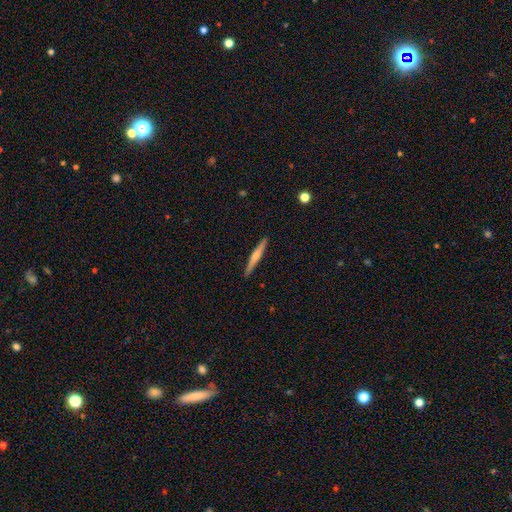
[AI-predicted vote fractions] Smooth or featured: featured or disk — 59% (smooth — 35%)
Edge-on disk: yes — 97% (no — 3%)
Edge-on bulge: rounded — 79% (none — 17%)
Merging: none — 91% (minor disturbance — 6%)